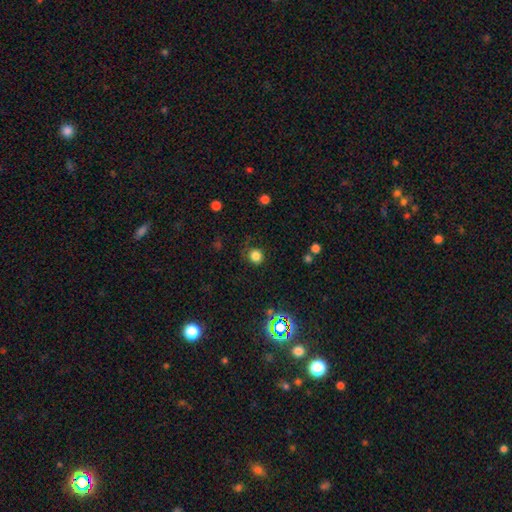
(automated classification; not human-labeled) The model was most divided on "merging": none: 75%, minor disturbance: 14%, major disturbance: 9%, merger: 2%. More confident: how rounded — round (88%); smooth or featured — smooth (80%).